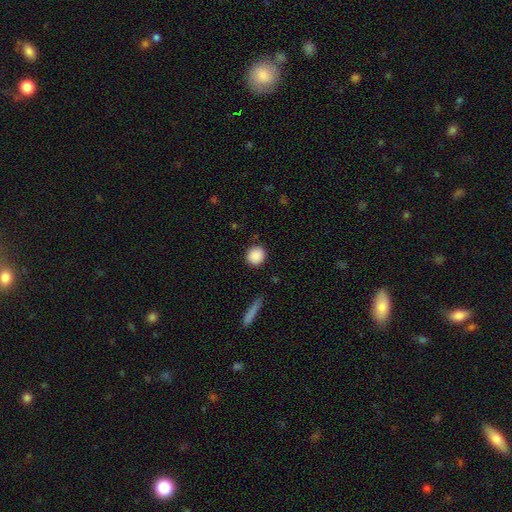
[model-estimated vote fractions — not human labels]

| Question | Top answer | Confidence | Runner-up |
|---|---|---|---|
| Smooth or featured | smooth | 89% | star or artifact (8%) |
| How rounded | round | 88% | in between (11%) |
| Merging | none | 88% | minor disturbance (8%) |